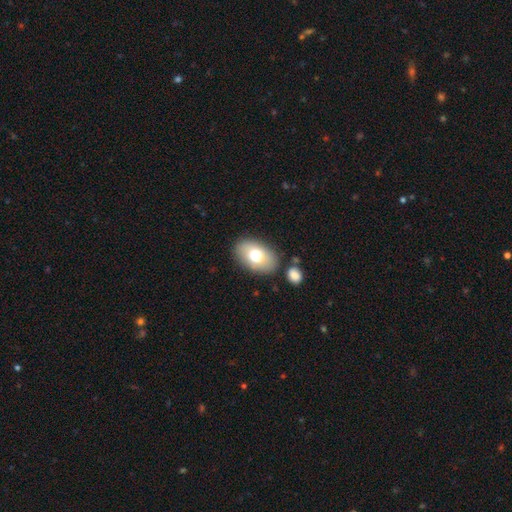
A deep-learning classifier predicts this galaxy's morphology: Smooth or featured: smooth — 71% (featured or disk — 21%)
How rounded: in between — 89% (round — 10%)
Merging: none — 81% (minor disturbance — 11%)